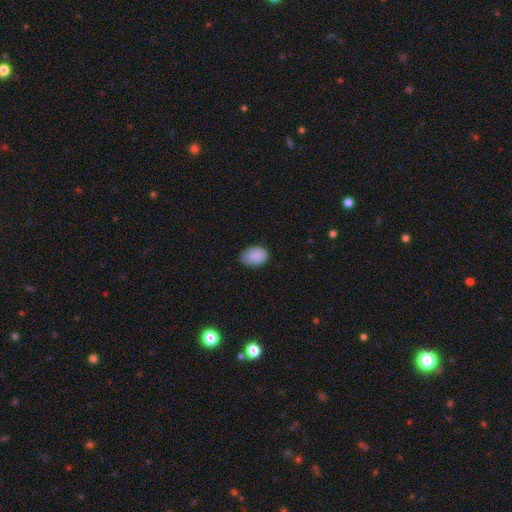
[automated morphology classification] Q: Smooth or featured?
A: smooth (88%); runner-up: star or artifact (7%)
Q: How rounded?
A: in between (84%); runner-up: round (15%)
Q: Merging?
A: none (75%); runner-up: minor disturbance (21%)